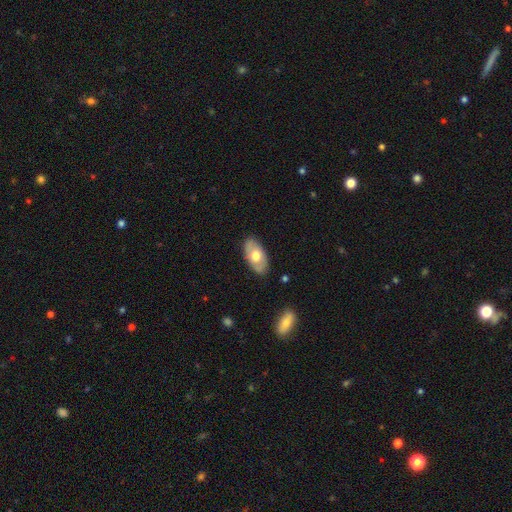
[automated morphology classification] A smooth galaxy with no disk features (54%) that is in between round and cigar-shaped (93%). Merging: none (83%).